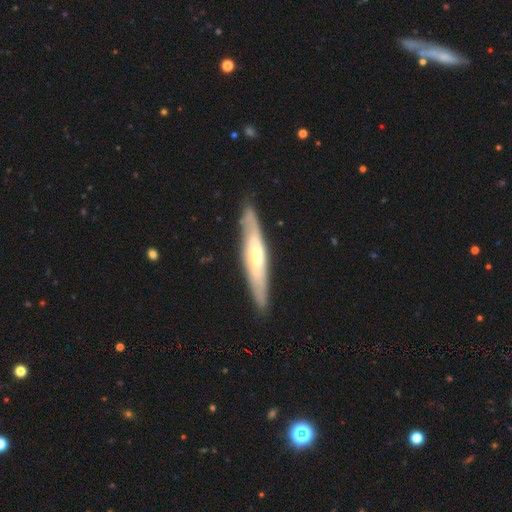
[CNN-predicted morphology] smooth-or-featured: featured or disk: 66% | smooth: 28% | star or artifact: 6%
  disk-edge-on: yes: 82% | no: 18%
    edge-on-bulge: rounded: 69% | none: 21% | boxy: 11%
  merging: none: 86% | minor disturbance: 11% | major disturbance: 2% | merger: 1%